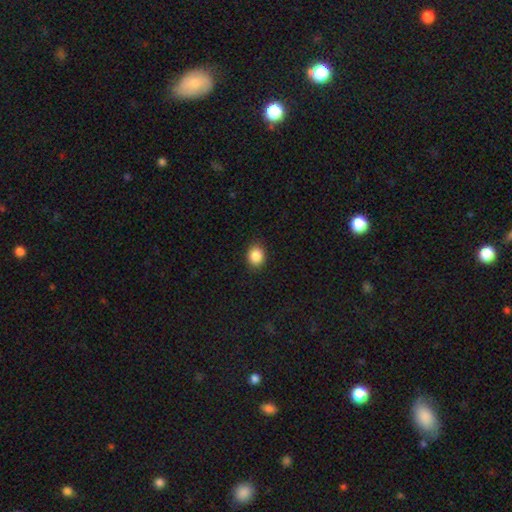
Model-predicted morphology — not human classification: smooth-or-featured: smooth: 87% | star or artifact: 9% | featured or disk: 4%
  how-rounded: round: 65% | in between: 34% | cigar-shaped: 1%
  merging: none: 89% | minor disturbance: 8% | major disturbance: 2% | merger: 1%